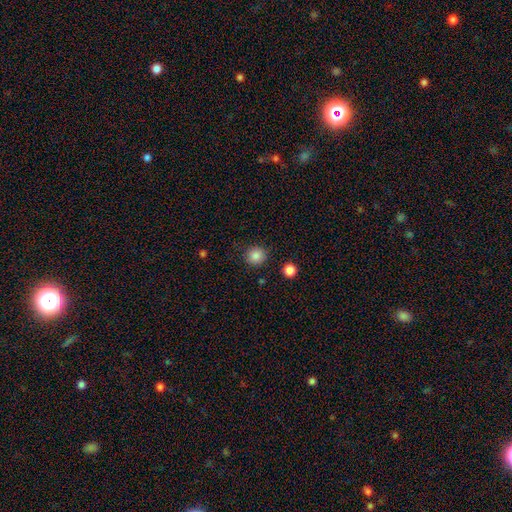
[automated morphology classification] Smooth or featured?
  - smooth: 86% *
  - star or artifact: 10%
  - featured or disk: 4%
How rounded?
  - round: 93% *
  - in between: 6%
  - cigar-shaped: 1%
Merging?
  - none: 89% *
  - minor disturbance: 7%
  - major disturbance: 2%
  - merger: 2%